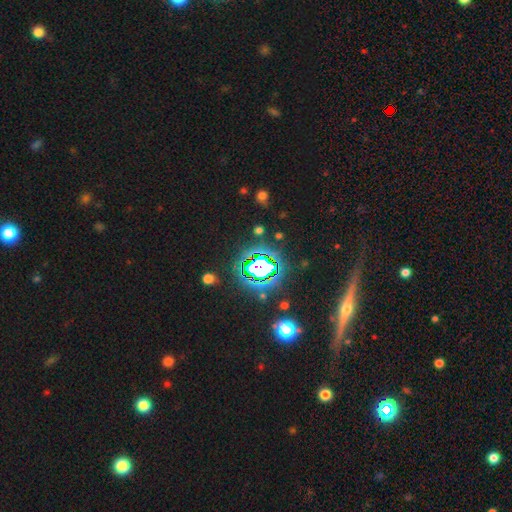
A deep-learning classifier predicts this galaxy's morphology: star or artifact 73%, smooth 14%, featured or disk 13%.